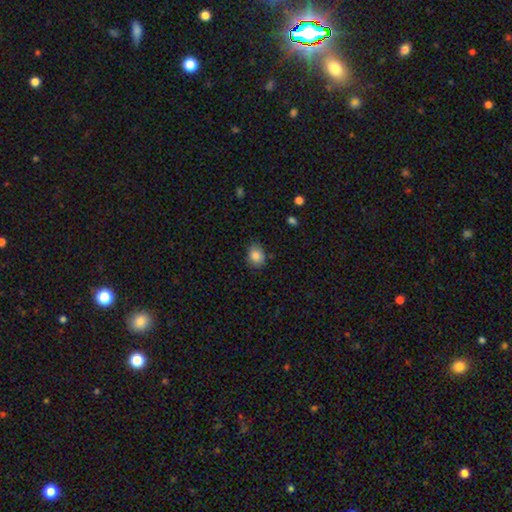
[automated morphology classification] type=smooth (85%); roundness=round (51%); merging=none (77%).